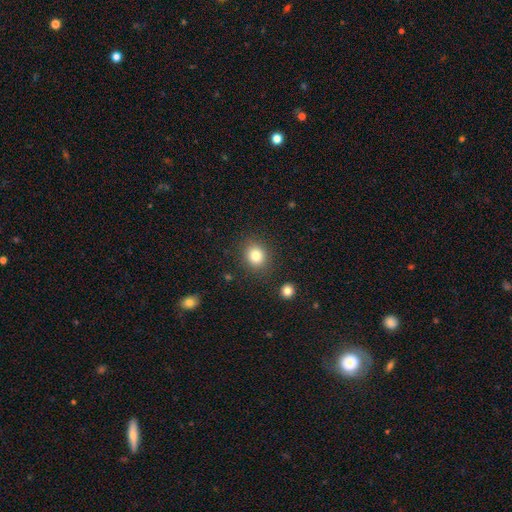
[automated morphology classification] smooth_or_featured: smooth (p=0.82) [alt: star or artifact p=0.11]
how_rounded: round (p=0.73) [alt: in between p=0.26]
merging: none (p=0.86) [alt: minor disturbance p=0.09]